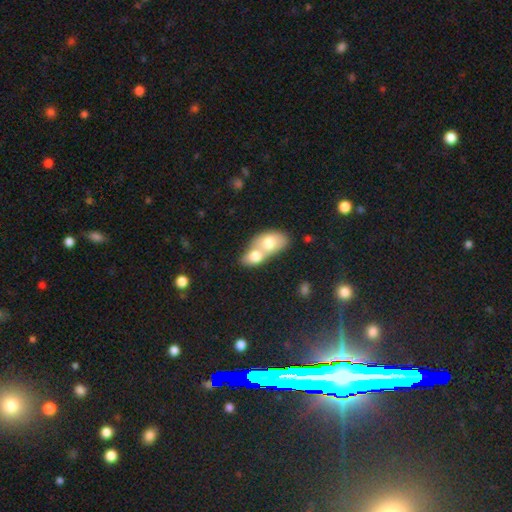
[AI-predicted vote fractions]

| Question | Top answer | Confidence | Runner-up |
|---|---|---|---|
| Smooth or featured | smooth | 70% | featured or disk (24%) |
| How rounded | in between | 81% | round (16%) |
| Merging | merger | 80% | none (13%) |